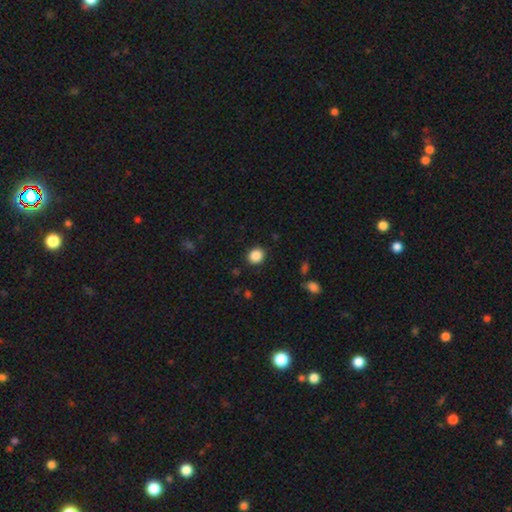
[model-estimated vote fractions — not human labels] A smooth galaxy with no disk features (87%) that is round (69%).

Vote fractions:
- Smooth or featured? smooth: 87% / star or artifact: 9% / featured or disk: 3%
- How rounded? round: 69% / in between: 30% / cigar-shaped: 1%
- Merging? none: 90% / minor disturbance: 7% / major disturbance: 2% / merger: 1%